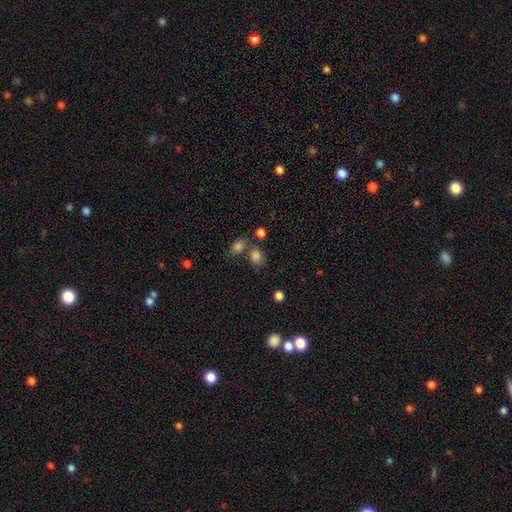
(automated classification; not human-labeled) This appears to be a smooth galaxy with no disk features (82%) that is in between round and cigar-shaped (55%). Merging: none (58%).